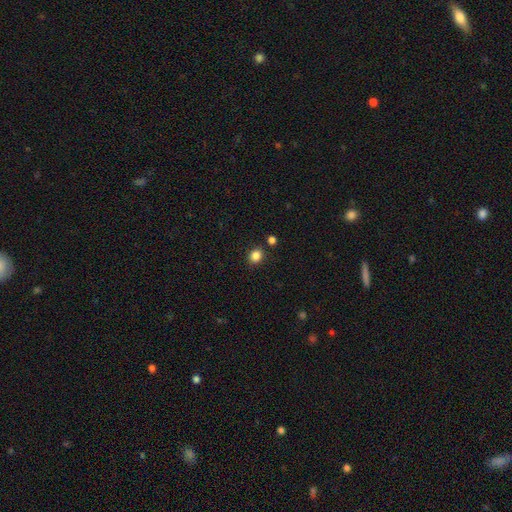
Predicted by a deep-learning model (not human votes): This appears to be a smooth galaxy with no disk features (85%) that is round (60%). Merging: none (84%).